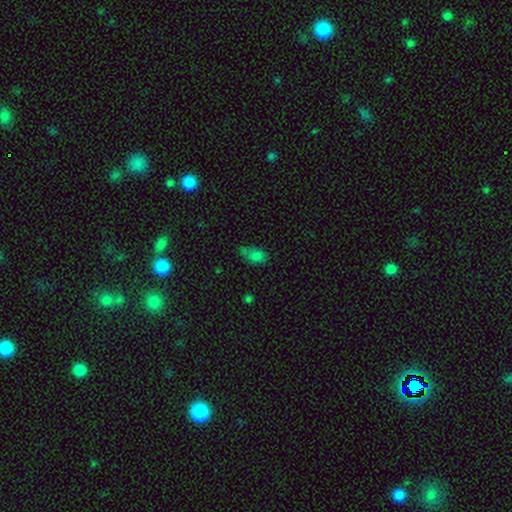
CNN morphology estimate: smooth_or_featured: smooth (p=0.77) [alt: star or artifact p=0.14]
how_rounded: in between (p=0.84) [alt: round p=0.12]
merging: none (p=0.40) [alt: minor disturbance p=0.35]